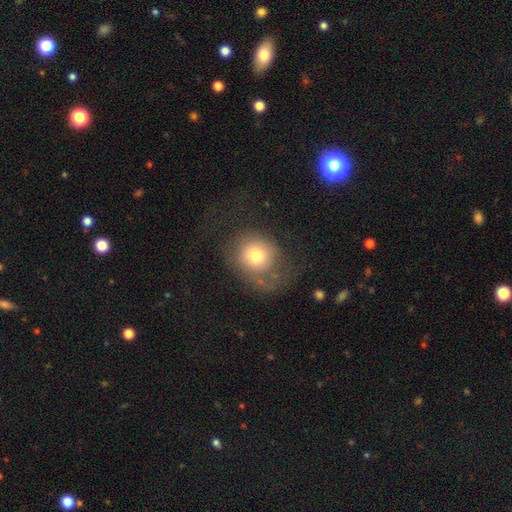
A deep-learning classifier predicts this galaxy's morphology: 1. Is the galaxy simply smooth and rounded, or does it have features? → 68% smooth, 22% featured or disk, 10% star or artifact.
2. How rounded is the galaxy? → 74% round, 25% in between, 1% cigar-shaped.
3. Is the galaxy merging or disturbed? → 39% none, 36% major disturbance, 22% minor disturbance, 3% merger.